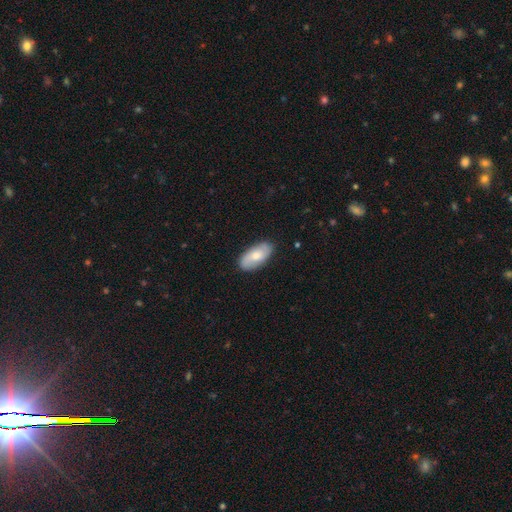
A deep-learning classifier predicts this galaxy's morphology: This is possibly a smooth galaxy (58%). How rounded: clearly in between (92%). Merging: clearly none (83%).